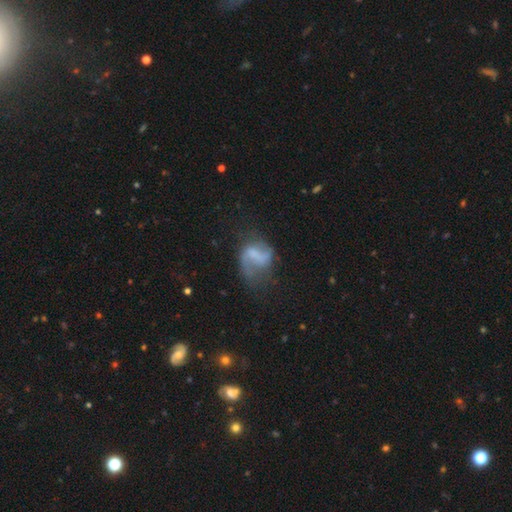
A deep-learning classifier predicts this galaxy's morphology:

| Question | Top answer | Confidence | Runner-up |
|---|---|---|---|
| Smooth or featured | featured or disk | 62% | smooth (29%) |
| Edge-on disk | no | 97% | yes (3%) |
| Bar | weak | 44% | no (36%) |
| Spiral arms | yes | 79% | no (21%) |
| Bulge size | none | 51% | small (23%) |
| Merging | none | 40% | major disturbance (31%) |